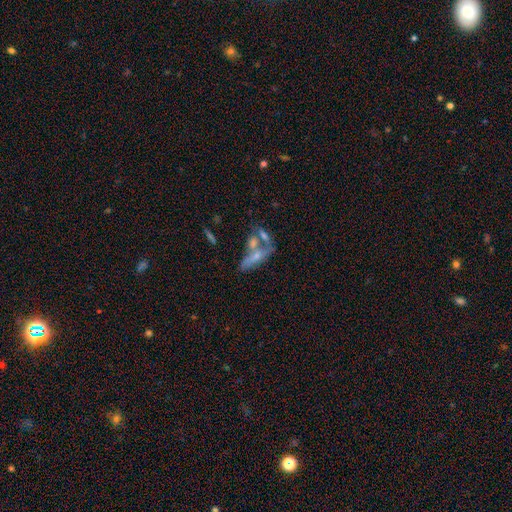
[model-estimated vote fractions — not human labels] smooth-or-featured: featured or disk: 46% | smooth: 43% | star or artifact: 10%
  merging: merger: 45% | none: 32% | minor disturbance: 14% | major disturbance: 10%